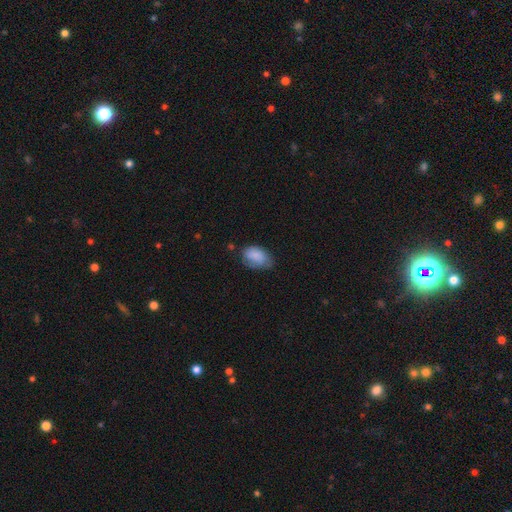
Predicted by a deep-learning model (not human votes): Morphology: type=smooth (82%); roundness=in between (88%); merging=none (50%).